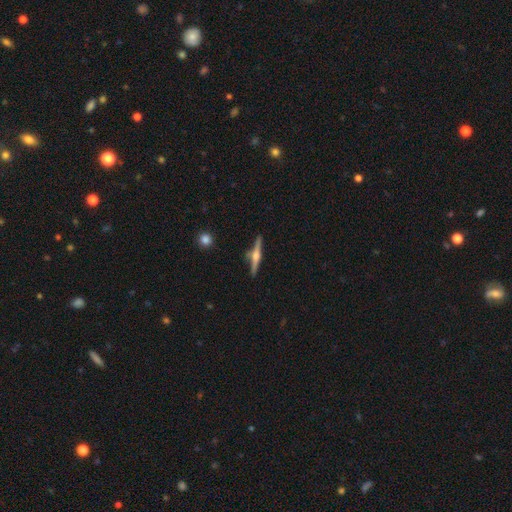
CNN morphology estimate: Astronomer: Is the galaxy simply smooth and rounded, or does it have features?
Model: featured or disk — 76%.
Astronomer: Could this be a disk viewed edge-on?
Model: yes — 98%.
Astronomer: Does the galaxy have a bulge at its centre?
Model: rounded — 90%.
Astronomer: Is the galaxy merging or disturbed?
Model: none — 85%.